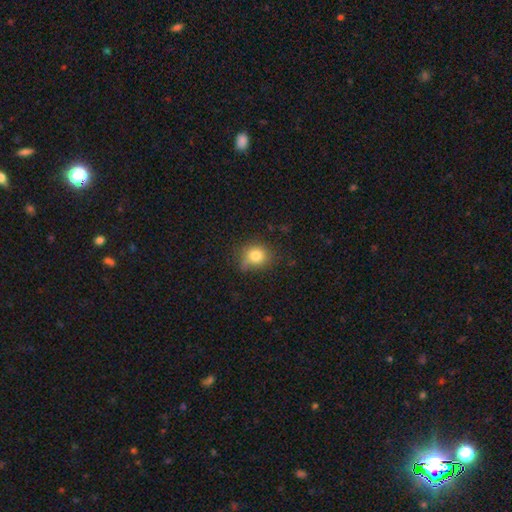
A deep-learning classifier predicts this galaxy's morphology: Smooth or featured?
  - smooth: 80% *
  - star or artifact: 12%
  - featured or disk: 8%
How rounded?
  - round: 75% *
  - in between: 24%
  - cigar-shaped: 1%
Merging?
  - none: 68% *
  - minor disturbance: 23%
  - major disturbance: 6%
  - merger: 3%